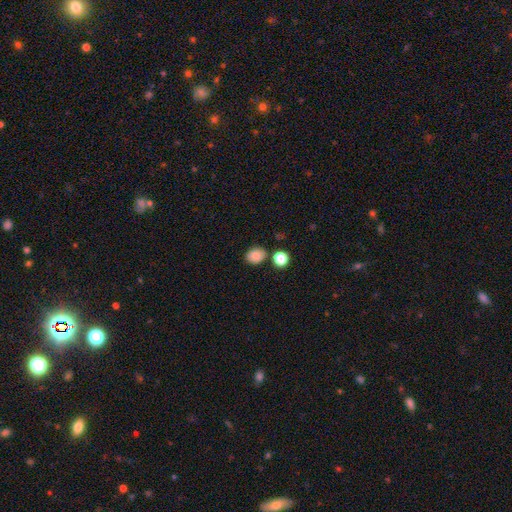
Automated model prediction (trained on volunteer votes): Smooth or featured: smooth — 85% (star or artifact — 10%)
How rounded: round — 50% (in between — 49%)
Merging: none — 75% (minor disturbance — 12%)